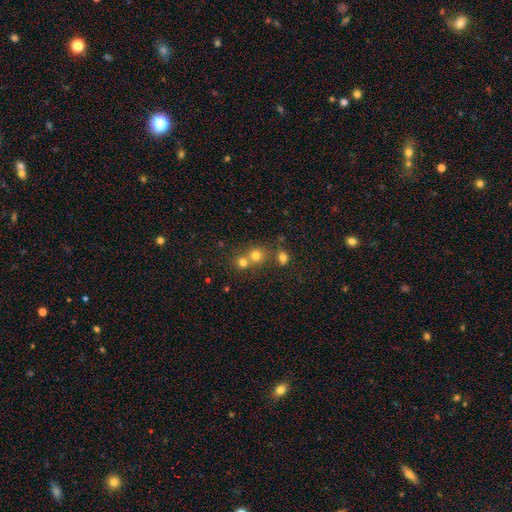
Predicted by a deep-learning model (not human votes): This appears to be a smooth galaxy with no disk features (70%) that is round (85%). Merging: none (48%).